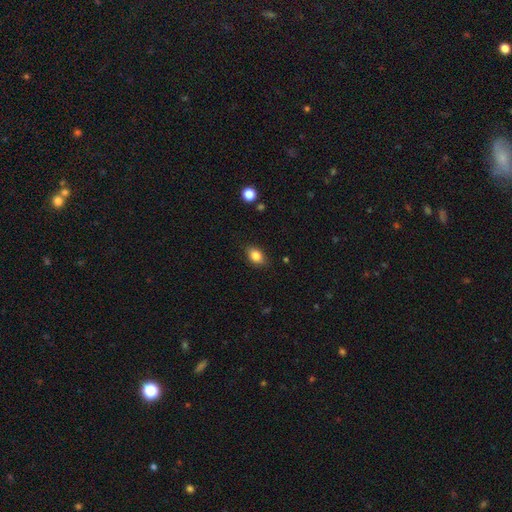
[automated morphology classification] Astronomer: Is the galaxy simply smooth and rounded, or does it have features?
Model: smooth — 84%.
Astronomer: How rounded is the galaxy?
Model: in between — 77%.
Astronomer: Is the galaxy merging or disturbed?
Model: none — 85%.